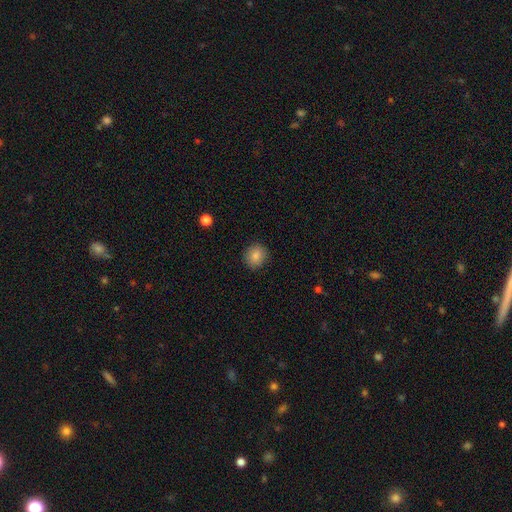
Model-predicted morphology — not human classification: smooth-or-featured: smooth: 84% | star or artifact: 9% | featured or disk: 6%
  how-rounded: round: 83% | in between: 16% | cigar-shaped: 1%
  merging: none: 89% | minor disturbance: 7% | major disturbance: 2% | merger: 1%